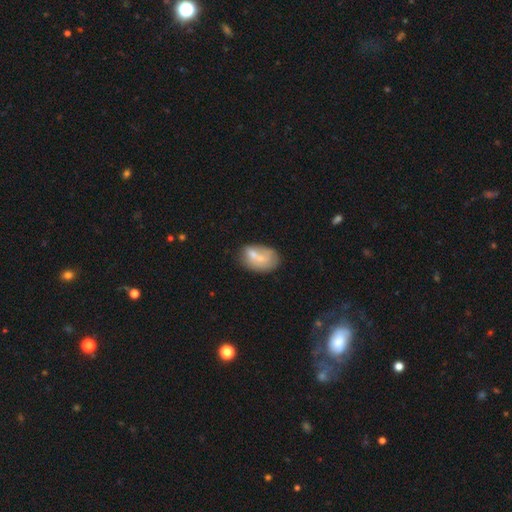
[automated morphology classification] Overall: smooth (59%; featured or disk 32%). How rounded: in between (89%). Merging: none (44%; minor disturbance 25%).